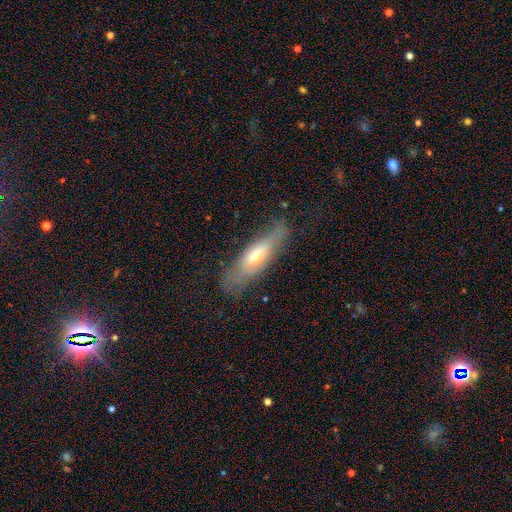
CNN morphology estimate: This is possibly a smooth galaxy (48%). Merging: likely none (65%).